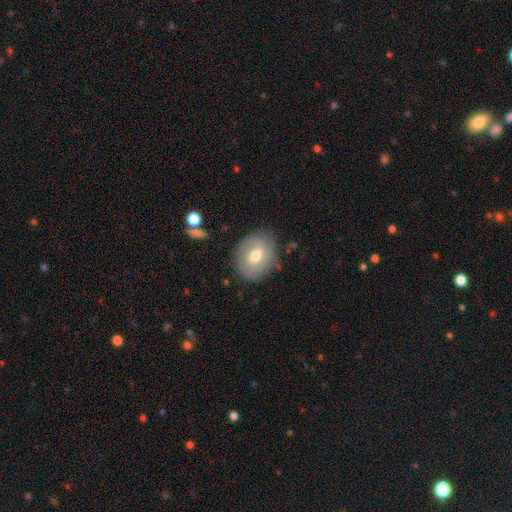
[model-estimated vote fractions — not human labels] Smooth or featured? Predicted: featured or disk (p=0.50). Edge-on disk? Predicted: no (p=0.95). Merging? Predicted: none (p=0.74).